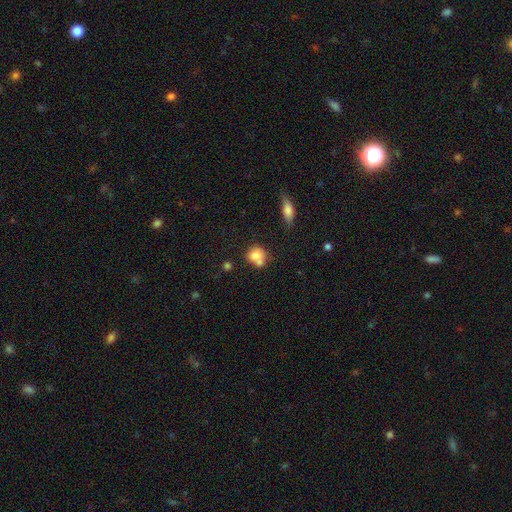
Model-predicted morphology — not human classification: type=smooth (74%); roundness=round (72%); merging=none (42%).